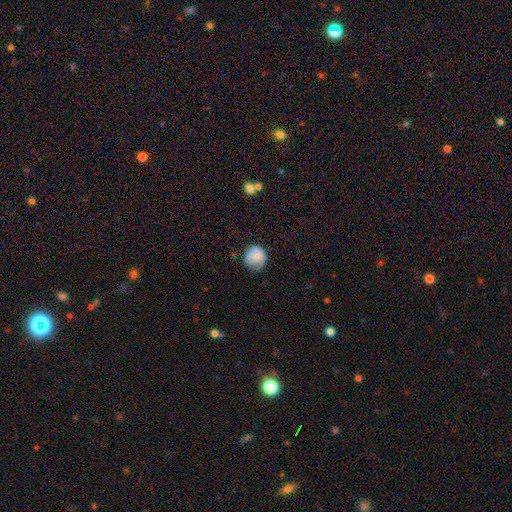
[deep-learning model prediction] smooth-or-featured: smooth: 80% | featured or disk: 13% | star or artifact: 8%
  how-rounded: round: 83% | in between: 16% | cigar-shaped: 1%
  merging: none: 58% | minor disturbance: 32% | major disturbance: 8% | merger: 2%